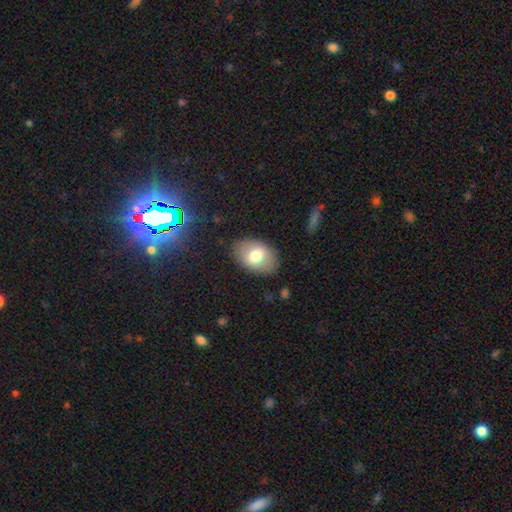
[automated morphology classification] Q: Smooth or featured?
A: smooth (72%); runner-up: featured or disk (21%)
Q: How rounded?
A: in between (85%); runner-up: round (14%)
Q: Merging?
A: none (85%); runner-up: minor disturbance (11%)